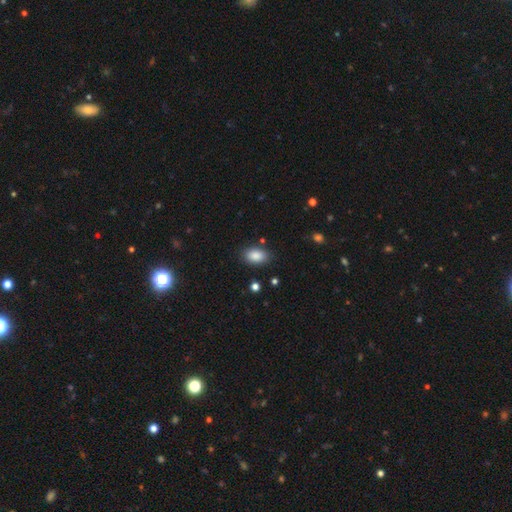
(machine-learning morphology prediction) Smooth or featured?
  - smooth: 88% *
  - star or artifact: 8%
  - featured or disk: 4%
How rounded?
  - in between: 90% *
  - round: 9%
  - cigar-shaped: 1%
Merging?
  - none: 84% *
  - minor disturbance: 11%
  - major disturbance: 3%
  - merger: 2%